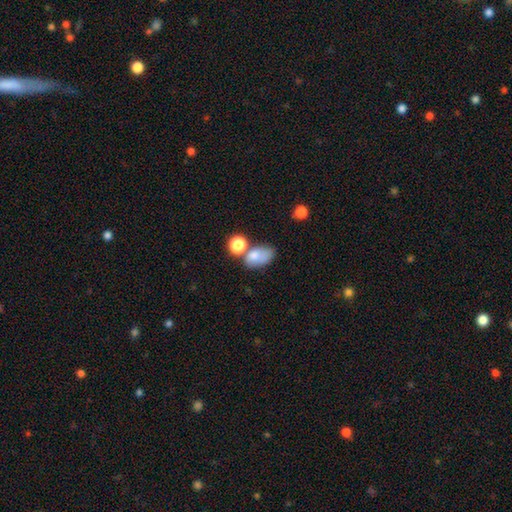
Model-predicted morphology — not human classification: Smooth or featured? Predicted: smooth (p=0.77). How rounded? Predicted: in between (p=0.84). Merging? Predicted: none (p=0.41).